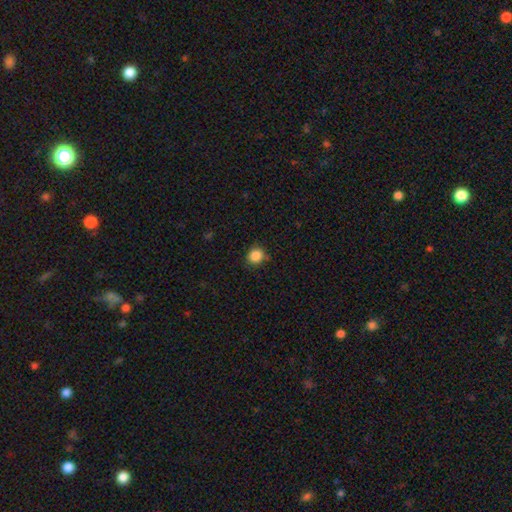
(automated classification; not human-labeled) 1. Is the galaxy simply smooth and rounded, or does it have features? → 87% smooth, 10% star or artifact, 3% featured or disk.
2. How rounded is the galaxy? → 82% round, 17% in between, 1% cigar-shaped.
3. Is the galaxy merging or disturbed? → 83% none, 13% minor disturbance, 3% major disturbance, 2% merger.